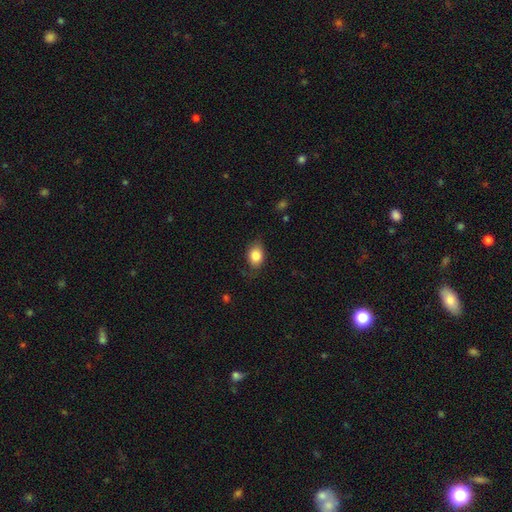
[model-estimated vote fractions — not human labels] A smooth galaxy with no disk features (83%) that is in between round and cigar-shaped (74%). Merging: none (72%).